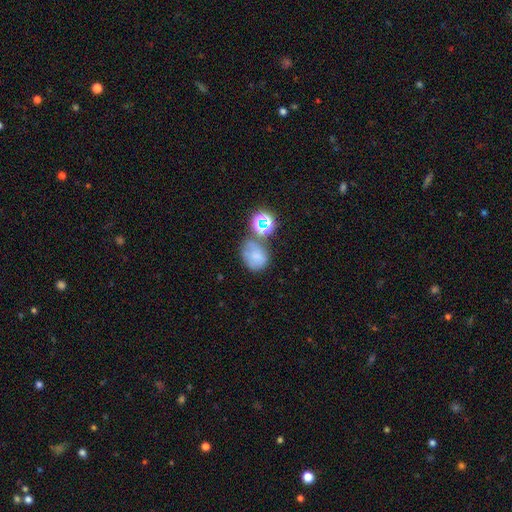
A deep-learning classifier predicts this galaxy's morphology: smooth_or_featured: smooth (p=0.60) [alt: star or artifact p=0.21]
how_rounded: round (p=0.54) [alt: in between p=0.45]
merging: none (p=0.42) [alt: minor disturbance p=0.23]